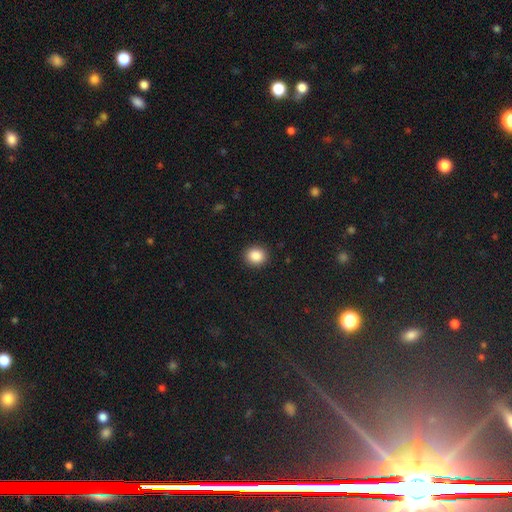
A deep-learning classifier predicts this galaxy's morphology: smooth-or-featured: smooth: 87% | star or artifact: 9% | featured or disk: 4%
  how-rounded: round: 78% | in between: 21% | cigar-shaped: 1%
  merging: none: 91% | minor disturbance: 6% | major disturbance: 2% | merger: 1%